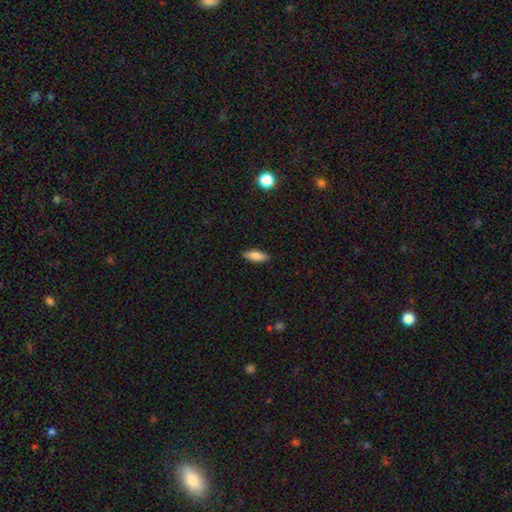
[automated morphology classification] This is likely a smooth galaxy (80%). How rounded: likely in between (71%). Merging: clearly none (88%).